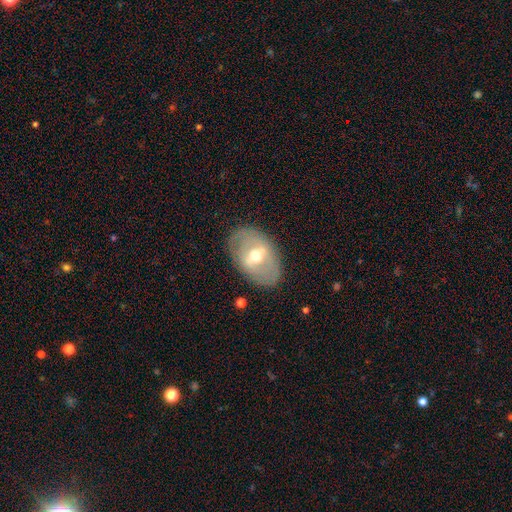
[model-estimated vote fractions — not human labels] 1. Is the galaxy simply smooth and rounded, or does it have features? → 59% featured or disk, 34% smooth, 7% star or artifact.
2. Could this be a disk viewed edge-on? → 90% no, 10% yes.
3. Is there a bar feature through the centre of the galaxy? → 46% weak, 32% strong, 21% no.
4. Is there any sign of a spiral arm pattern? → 68% no, 32% yes.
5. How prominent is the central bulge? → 68% moderate, 23% small, 6% large, 1% dominant, 1% none.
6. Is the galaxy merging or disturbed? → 82% none, 12% minor disturbance, 5% major disturbance, 1% merger.